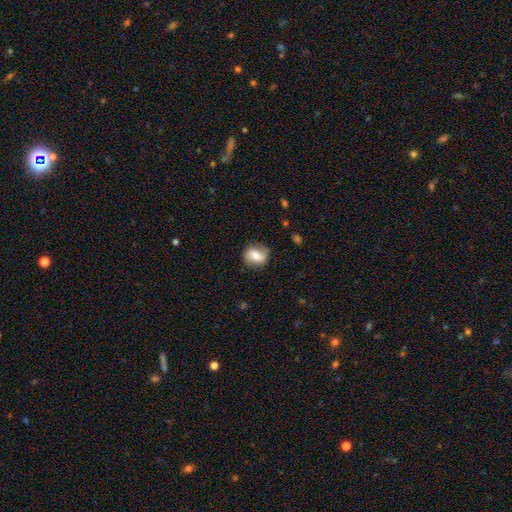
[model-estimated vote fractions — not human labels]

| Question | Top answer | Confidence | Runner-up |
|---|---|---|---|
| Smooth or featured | smooth | 47% | featured or disk (45%) |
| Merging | none | 75% | minor disturbance (18%) |